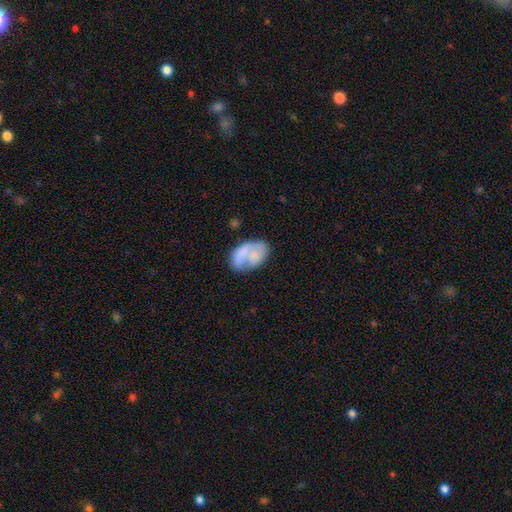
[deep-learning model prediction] Smooth or featured: smooth — 64% (featured or disk — 29%)
How rounded: in between — 89% (round — 9%)
Merging: none — 42% (minor disturbance — 25%)